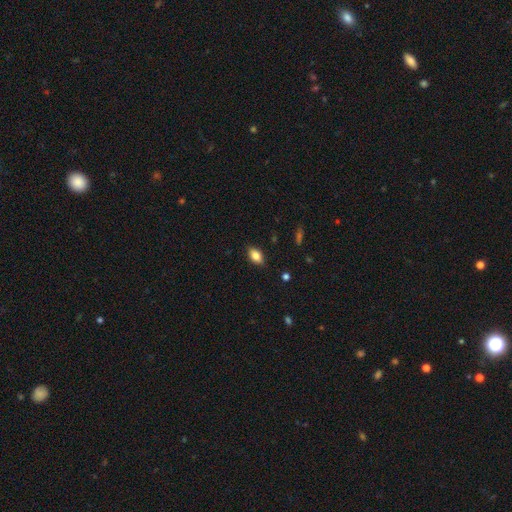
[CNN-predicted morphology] Smooth or featured: smooth — 83% (star or artifact — 8%)
How rounded: in between — 88% (round — 9%)
Merging: none — 85% (minor disturbance — 11%)